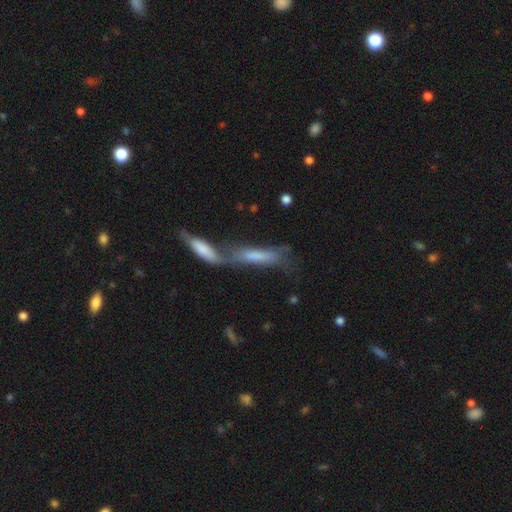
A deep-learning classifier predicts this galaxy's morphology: Smooth or featured?
  - smooth: 53% *
  - featured or disk: 38%
  - star or artifact: 9%
How rounded?
  - cigar-shaped: 70% *
  - in between: 28%
  - round: 2%
Merging?
  - merger: 63% *
  - none: 20%
  - minor disturbance: 9%
  - major disturbance: 7%